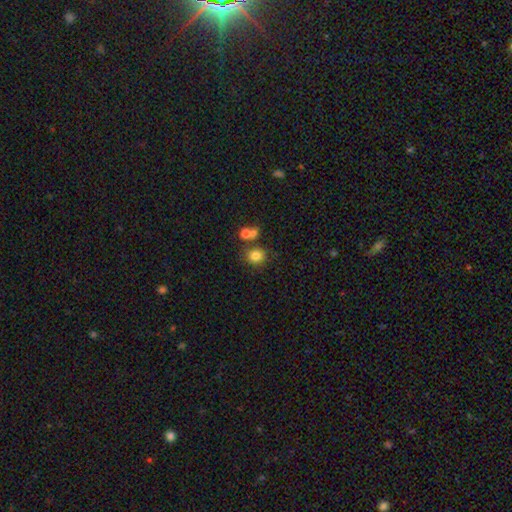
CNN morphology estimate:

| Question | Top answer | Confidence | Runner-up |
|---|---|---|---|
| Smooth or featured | smooth | 80% | star or artifact (12%) |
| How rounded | round | 80% | in between (19%) |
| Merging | none | 67% | merger (20%) |